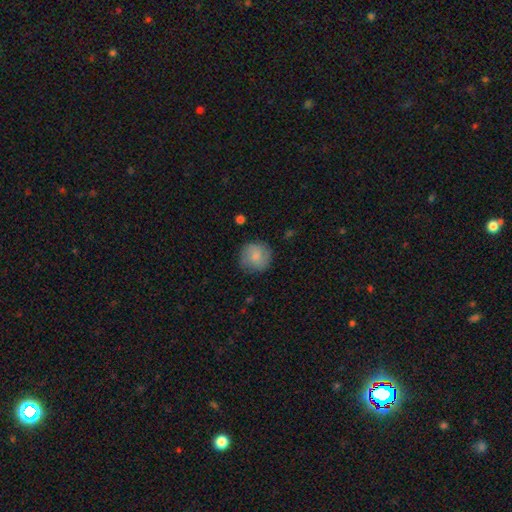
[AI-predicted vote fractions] The model was most divided on "smooth or featured": smooth: 77%, featured or disk: 16%, star or artifact: 7%. More confident: how rounded — round (92%); merging — none (80%).